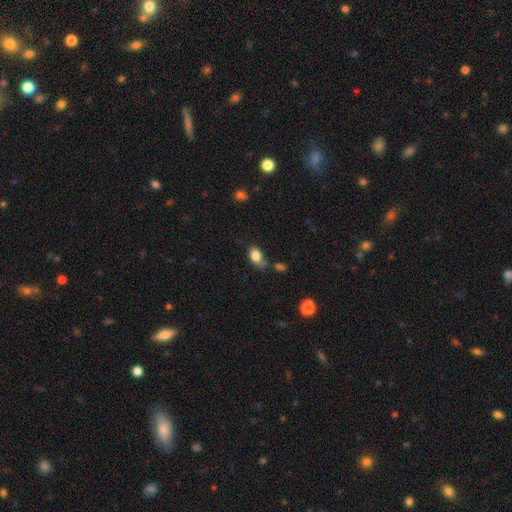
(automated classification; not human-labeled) Smooth or featured? Predicted: smooth (p=0.83). How rounded? Predicted: in between (p=0.83). Merging? Predicted: none (p=0.51).